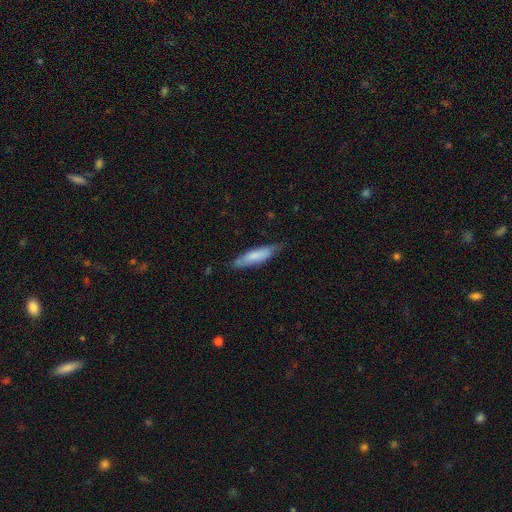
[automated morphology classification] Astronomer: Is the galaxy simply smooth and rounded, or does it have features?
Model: smooth — 70%.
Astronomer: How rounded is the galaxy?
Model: cigar-shaped — 70%.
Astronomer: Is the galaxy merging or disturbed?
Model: none — 73%.